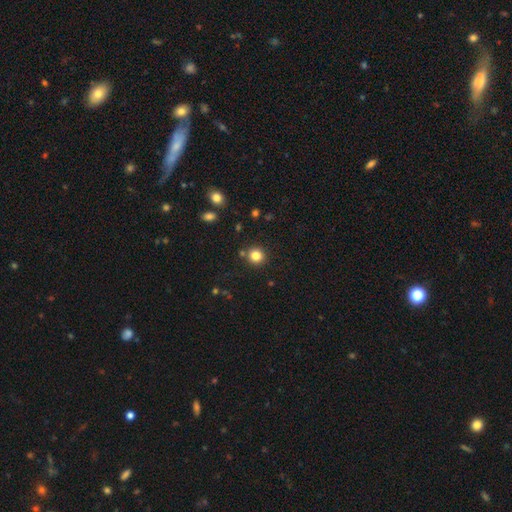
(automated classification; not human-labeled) A smooth galaxy with no disk features (82%) that is round (93%).

Vote fractions:
- Smooth or featured? smooth: 82% / star or artifact: 12% / featured or disk: 5%
- How rounded? round: 93% / in between: 6% / cigar-shaped: 1%
- Merging? none: 86% / minor disturbance: 7% / merger: 5% / major disturbance: 2%